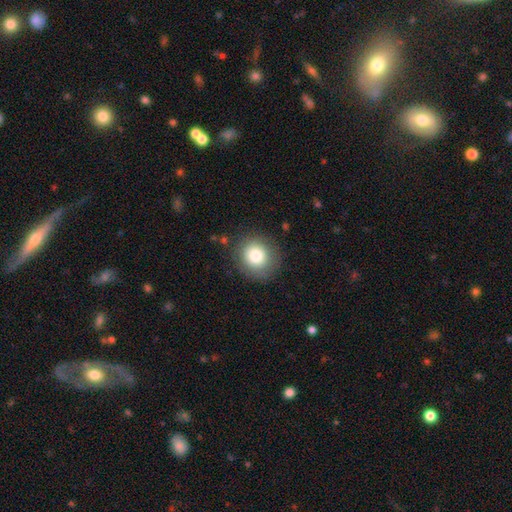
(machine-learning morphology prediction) smooth 79%, featured or disk 11%, star or artifact 10%. Down the decision tree: how rounded — round (89%); merging — none (85%).